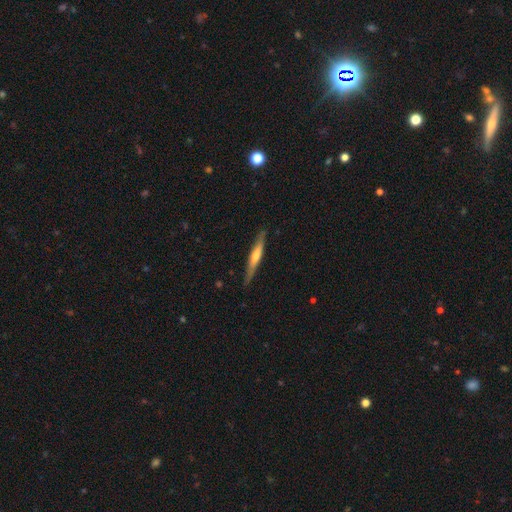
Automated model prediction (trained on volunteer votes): featured or disk 55%, smooth 39%, star or artifact 6%. Down the decision tree: edge-on disk — yes (94%); edge-on bulge — rounded (58%); merging — none (85%).